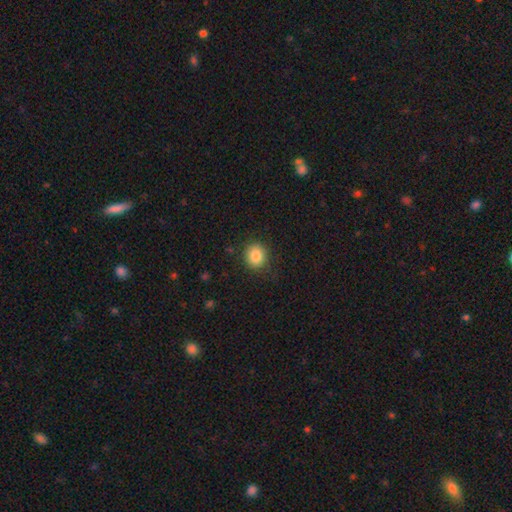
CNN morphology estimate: smooth-or-featured: smooth: 85% | star or artifact: 10% | featured or disk: 6%
  how-rounded: round: 76% | in between: 23% | cigar-shaped: 1%
  merging: none: 85% | minor disturbance: 11% | major disturbance: 3% | merger: 1%